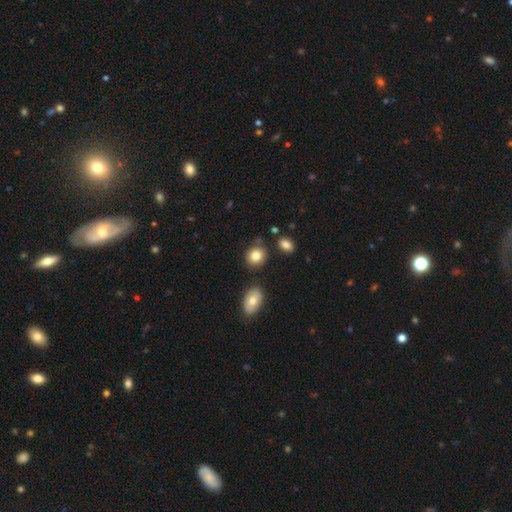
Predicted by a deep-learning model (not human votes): Smooth or featured? Predicted: smooth (p=0.82). How rounded? Predicted: round (p=0.65). Merging? Predicted: none (p=0.78).